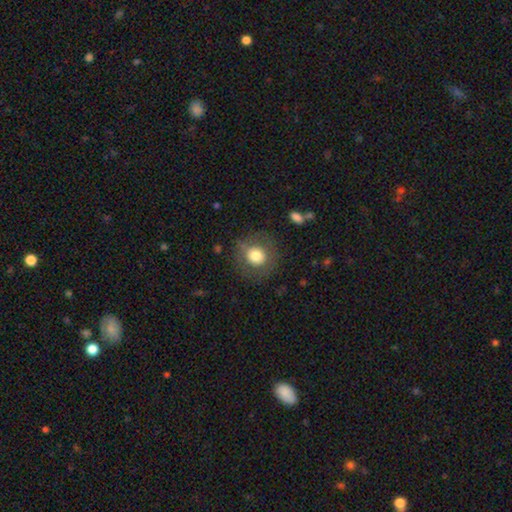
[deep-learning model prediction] Smooth or featured?
  - smooth: 75% *
  - featured or disk: 15%
  - star or artifact: 10%
How rounded?
  - round: 89% *
  - in between: 10%
  - cigar-shaped: 1%
Merging?
  - none: 78% *
  - minor disturbance: 13%
  - major disturbance: 7%
  - merger: 2%